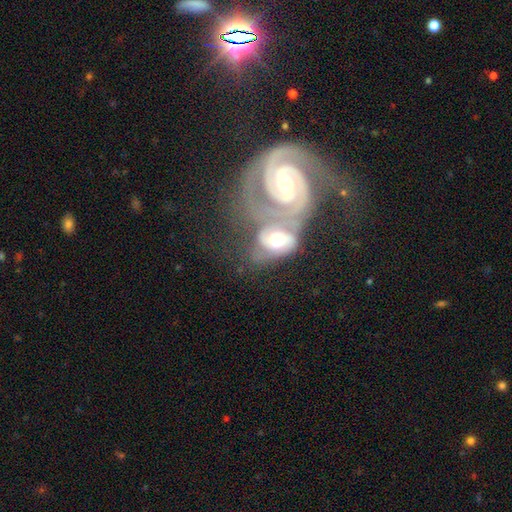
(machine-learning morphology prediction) smooth_or_featured: featured or disk (p=0.85) [alt: smooth p=0.09]
disk_edge_on: no (p=0.96) [alt: yes p=0.04]
bar: no (p=0.39) [alt: weak p=0.37]
has_spiral_arms: yes (p=0.95) [alt: no p=0.05]
spiral_winding: tight (p=0.60) [alt: medium p=0.33]
spiral_arm_count: 2 (p=0.80) [alt: can't tell p=0.08]
bulge_size: moderate (p=0.61) [alt: small p=0.28]
merging: merger (p=0.65) [alt: none p=0.20]